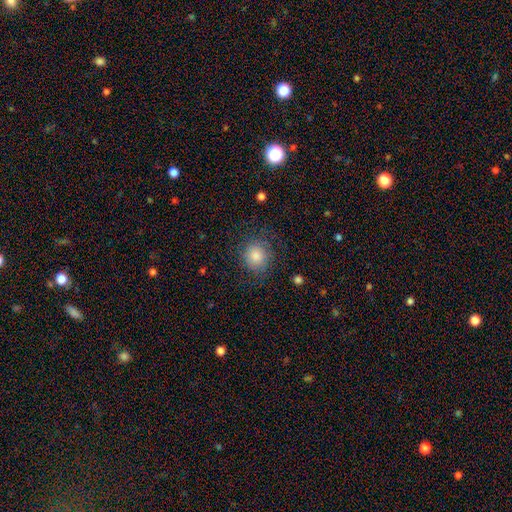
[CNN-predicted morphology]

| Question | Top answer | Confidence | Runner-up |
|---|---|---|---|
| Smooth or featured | smooth | 80% | star or artifact (11%) |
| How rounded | round | 83% | in between (16%) |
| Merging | none | 79% | minor disturbance (14%) |